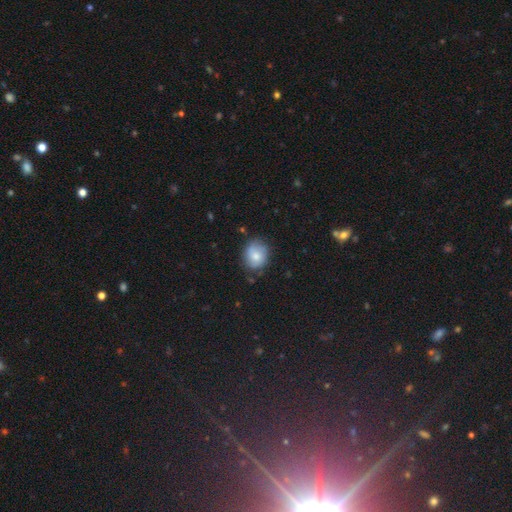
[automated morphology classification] Overall: smooth (72%). How rounded: round (68%; in between 31%). Merging: none (72%).